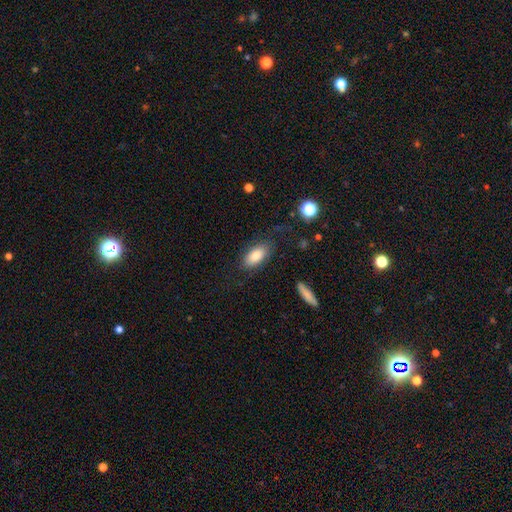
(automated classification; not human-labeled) Smooth or featured? Predicted: smooth (p=0.81). How rounded? Predicted: in between (p=0.89). Merging? Predicted: none (p=0.78).